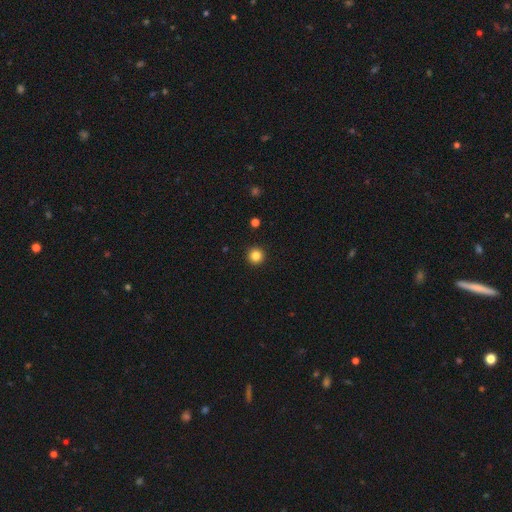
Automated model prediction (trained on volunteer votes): Smooth or featured: smooth — 84% (star or artifact — 12%)
How rounded: round — 96% (in between — 3%)
Merging: none — 94% (minor disturbance — 4%)